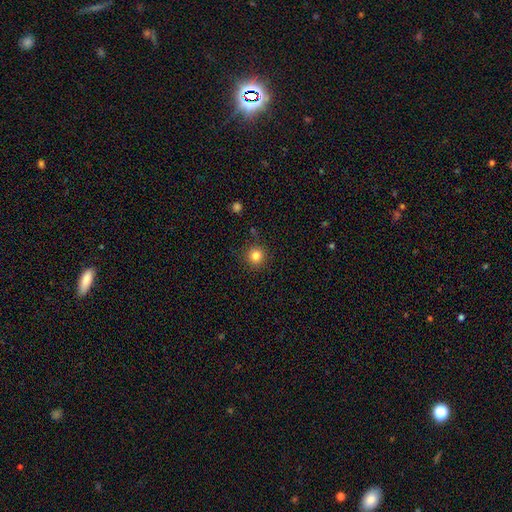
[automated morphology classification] Smooth or featured?
  - smooth: 82% *
  - star or artifact: 12%
  - featured or disk: 6%
How rounded?
  - round: 94% *
  - in between: 5%
  - cigar-shaped: 1%
Merging?
  - none: 89% *
  - minor disturbance: 7%
  - major disturbance: 2%
  - merger: 2%